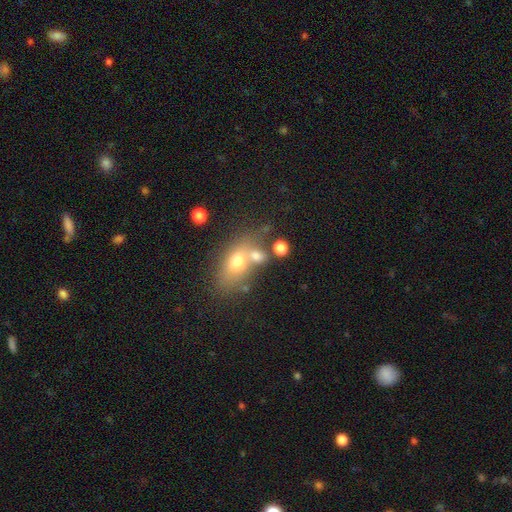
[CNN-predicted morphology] This appears to be a smooth galaxy with no disk features (66%) that is in between round and cigar-shaped (67%). Merging: merger (43%).